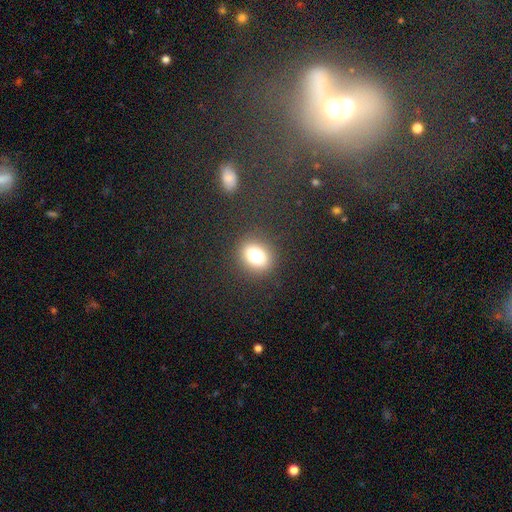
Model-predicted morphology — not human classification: A smooth galaxy with no disk features (77%) that is round (60%). Merging: none (86%).